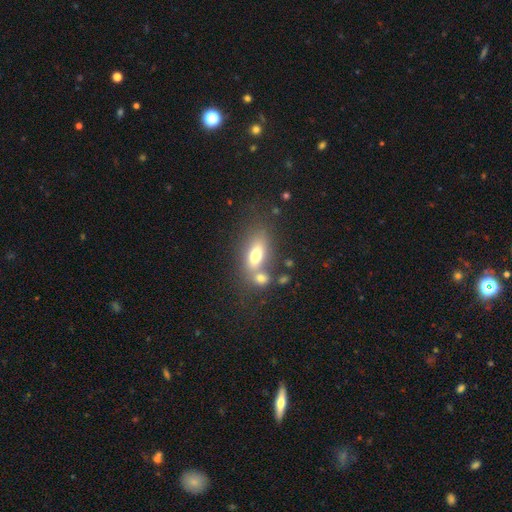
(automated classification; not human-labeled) This appears to be a smooth galaxy with no disk features (69%) that is in between round and cigar-shaped (80%). Merging: none (43%).